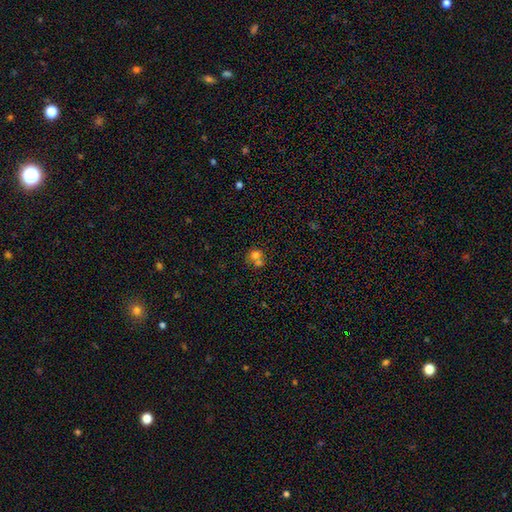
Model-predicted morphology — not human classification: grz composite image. It shows a smooth galaxy with no disk features (68%) that is round (78%). Merging: merger (50%).